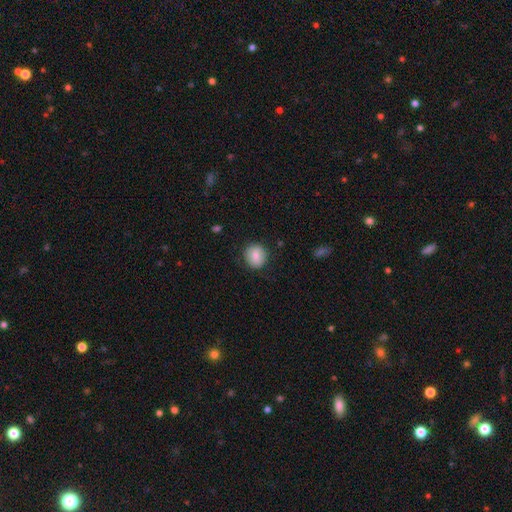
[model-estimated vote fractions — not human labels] smooth_or_featured: smooth (p=0.77) [alt: featured or disk p=0.16]
how_rounded: round (p=0.84) [alt: in between p=0.15]
merging: none (p=0.84) [alt: minor disturbance p=0.12]